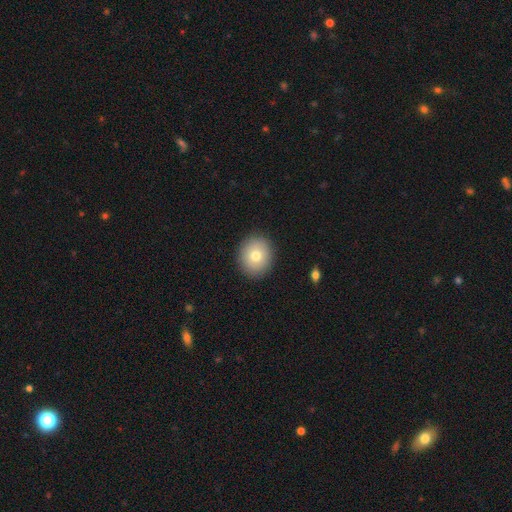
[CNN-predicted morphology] Smooth or featured?
  - smooth: 77% *
  - featured or disk: 14%
  - star or artifact: 9%
How rounded?
  - round: 78% *
  - in between: 21%
  - cigar-shaped: 1%
Merging?
  - none: 90% *
  - minor disturbance: 7%
  - major disturbance: 2%
  - merger: 1%